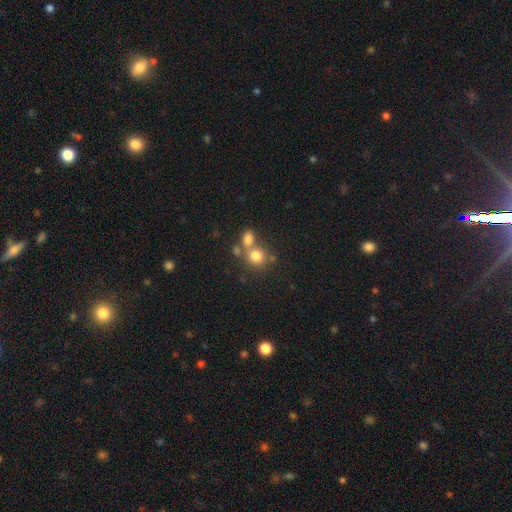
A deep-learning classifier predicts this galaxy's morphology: Smooth or featured?
  - smooth: 76% *
  - star or artifact: 13%
  - featured or disk: 11%
How rounded?
  - round: 78% *
  - in between: 21%
  - cigar-shaped: 1%
Merging?
  - none: 46% *
  - merger: 40%
  - minor disturbance: 9%
  - major disturbance: 4%